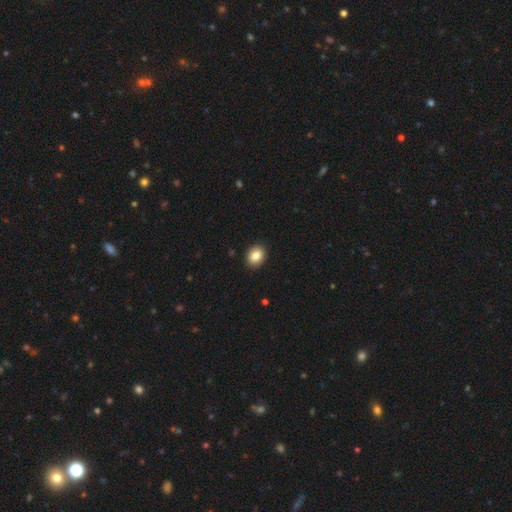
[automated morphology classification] Q: Smooth or featured?
A: smooth (85%); runner-up: star or artifact (8%)
Q: How rounded?
A: in between (61%); runner-up: round (38%)
Q: Merging?
A: none (91%); runner-up: minor disturbance (7%)